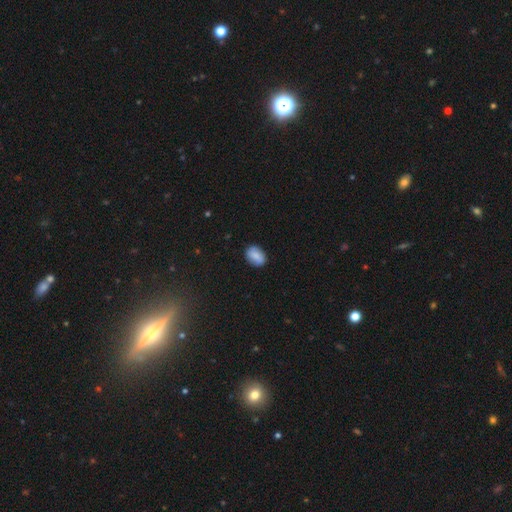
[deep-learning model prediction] smooth_or_featured: smooth (p=0.78) [alt: featured or disk p=0.14]
how_rounded: in between (p=0.77) [alt: round p=0.21]
merging: none (p=0.83) [alt: minor disturbance p=0.13]